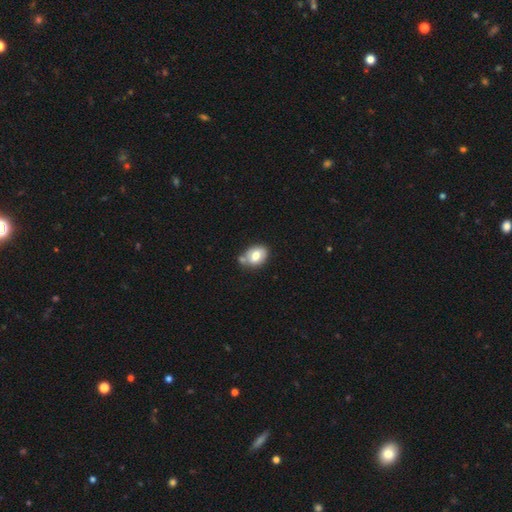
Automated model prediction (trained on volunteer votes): This appears to be a smooth galaxy with no disk features (70%) that is in between round and cigar-shaped (67%). Merging: none (52%).